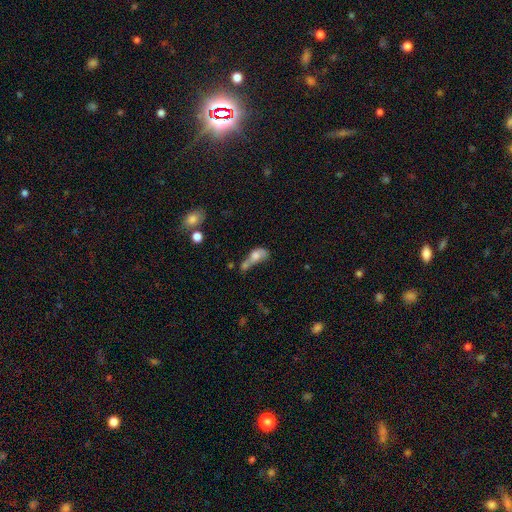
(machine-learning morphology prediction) smooth_or_featured: smooth (p=0.62) [alt: featured or disk p=0.27]
how_rounded: in between (p=0.76) [alt: round p=0.15]
merging: merger (p=0.53) [alt: major disturbance p=0.19]